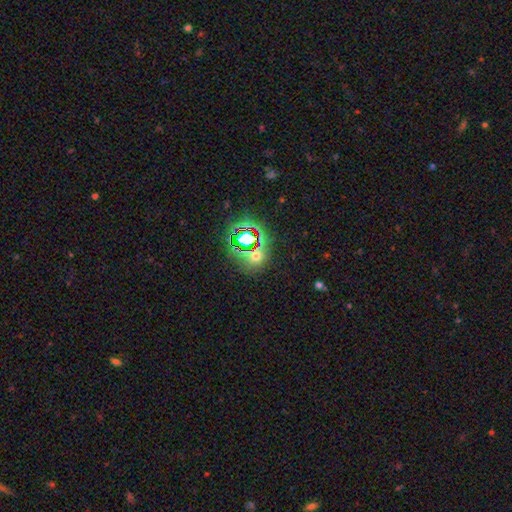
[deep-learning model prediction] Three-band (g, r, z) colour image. It shows a star or artifact, not a galaxy (49%).